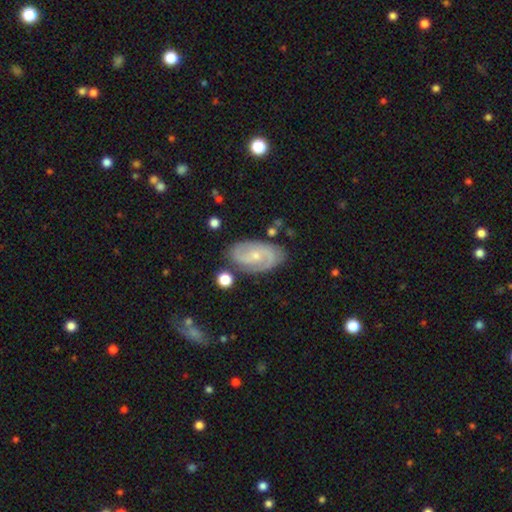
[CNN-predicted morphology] Q: Smooth or featured?
A: featured or disk (83%); runner-up: smooth (11%)
Q: Edge-on disk?
A: no (96%); runner-up: yes (4%)
Q: Bar?
A: no (55%); runner-up: weak (37%)
Q: Spiral arms?
A: yes (95%); runner-up: no (5%)
Q: Spiral winding?
A: medium (47%); runner-up: tight (39%)
Q: Spiral arm count?
A: 2 (82%); runner-up: can't tell (8%)
Q: Bulge size?
A: small (70%); runner-up: moderate (26%)
Q: Merging?
A: none (78%); runner-up: minor disturbance (15%)